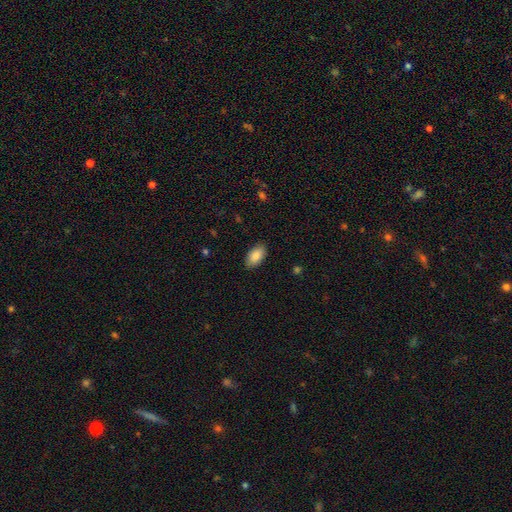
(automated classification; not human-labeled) A smooth galaxy with no disk features (86%) that is in between round and cigar-shaped (94%).

Vote fractions:
- Smooth or featured? smooth: 86% / featured or disk: 7% / star or artifact: 7%
- How rounded? in between: 94% / round: 4% / cigar-shaped: 2%
- Merging? none: 87% / minor disturbance: 10% / major disturbance: 2% / merger: 1%